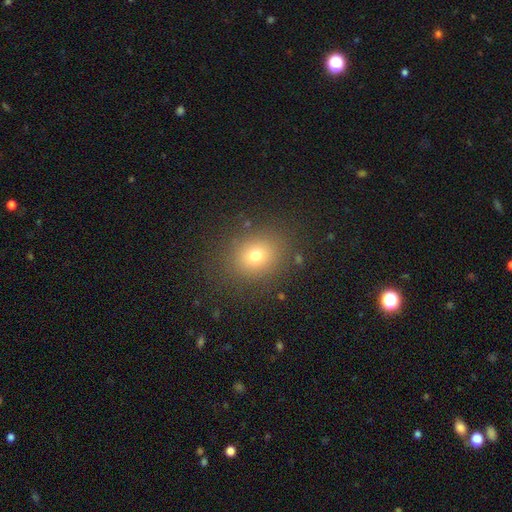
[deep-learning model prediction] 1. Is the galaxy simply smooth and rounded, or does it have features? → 72% smooth, 17% star or artifact, 11% featured or disk.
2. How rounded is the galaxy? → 66% round, 34% in between, 1% cigar-shaped.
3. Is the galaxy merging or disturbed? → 85% none, 9% minor disturbance, 4% major disturbance, 2% merger.